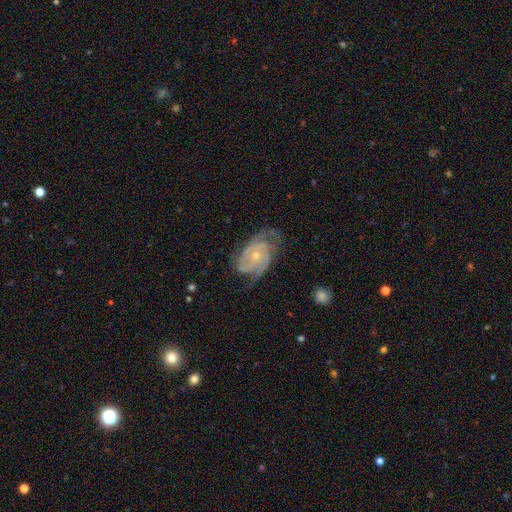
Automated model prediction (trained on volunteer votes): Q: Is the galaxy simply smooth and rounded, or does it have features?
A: featured or disk — 88%.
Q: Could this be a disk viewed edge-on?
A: no — 97%.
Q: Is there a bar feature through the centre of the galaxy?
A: no — 71%.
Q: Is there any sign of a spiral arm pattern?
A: yes — 97%.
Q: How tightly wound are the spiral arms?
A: tight — 55%.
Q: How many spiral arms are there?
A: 2 — 50%.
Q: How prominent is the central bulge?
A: small — 63%.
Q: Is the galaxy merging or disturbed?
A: none — 65%.